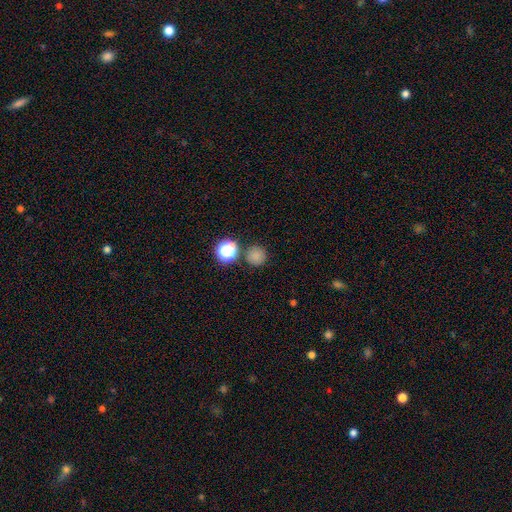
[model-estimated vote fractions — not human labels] Smooth or featured? Predicted: smooth (p=0.76). How rounded? Predicted: round (p=0.93). Merging? Predicted: none (p=0.81).